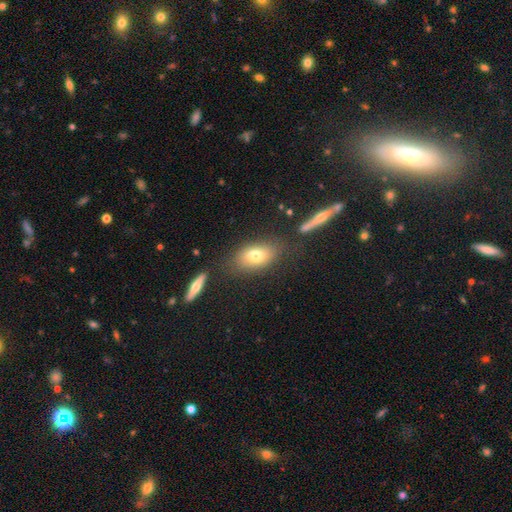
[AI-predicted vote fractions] Smooth or featured? Predicted: smooth (p=0.73). How rounded? Predicted: in between (p=0.82). Merging? Predicted: none (p=0.72).